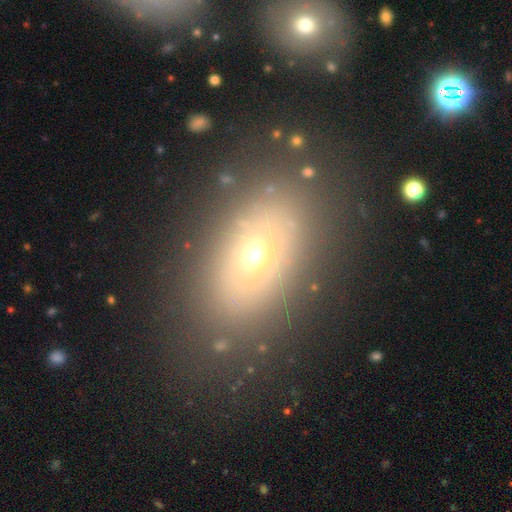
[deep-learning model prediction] Smooth or featured? Predicted: smooth (p=0.56). How rounded? Predicted: in between (p=0.79). Merging? Predicted: none (p=0.76).